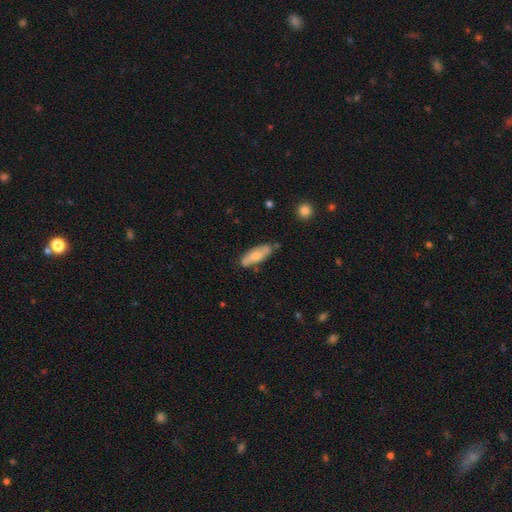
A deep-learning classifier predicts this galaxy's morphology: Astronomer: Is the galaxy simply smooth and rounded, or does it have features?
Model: smooth — 59% (runner-up: featured or disk, 35%).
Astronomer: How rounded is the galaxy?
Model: in between — 70%.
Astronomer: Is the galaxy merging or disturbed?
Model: none — 75%.